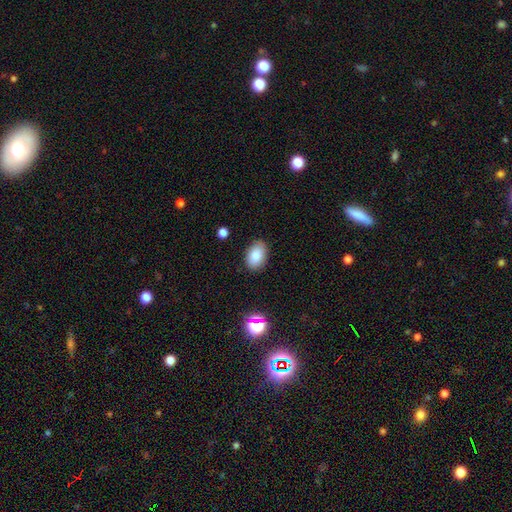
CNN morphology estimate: smooth-or-featured: smooth: 83% | star or artifact: 9% | featured or disk: 8%
  how-rounded: in between: 86% | round: 13% | cigar-shaped: 1%
  merging: none: 85% | minor disturbance: 11% | major disturbance: 2% | merger: 1%